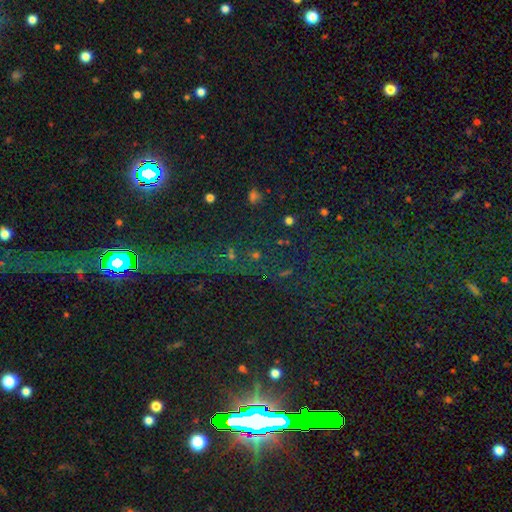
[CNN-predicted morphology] type=star or artifact (69%).